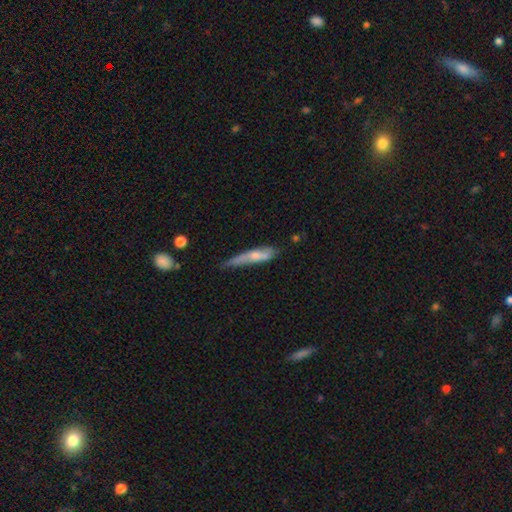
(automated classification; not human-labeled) A smooth galaxy with no disk features (53%) that is cigar-shaped (82%). Merging: none (46%).